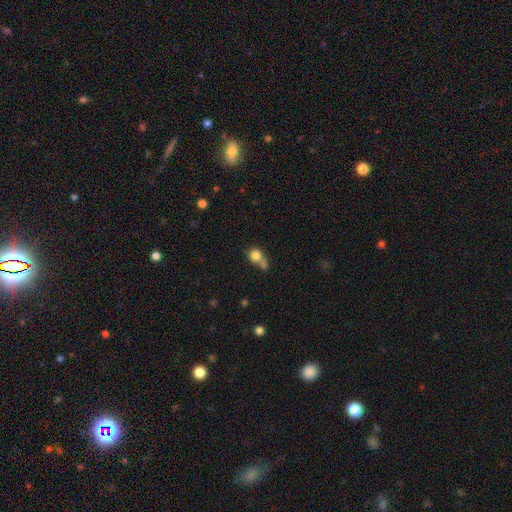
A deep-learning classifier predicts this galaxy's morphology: Smooth or featured: smooth — 79% (featured or disk — 11%)
How rounded: round — 73% (in between — 25%)
Merging: merger — 45% (none — 33%)